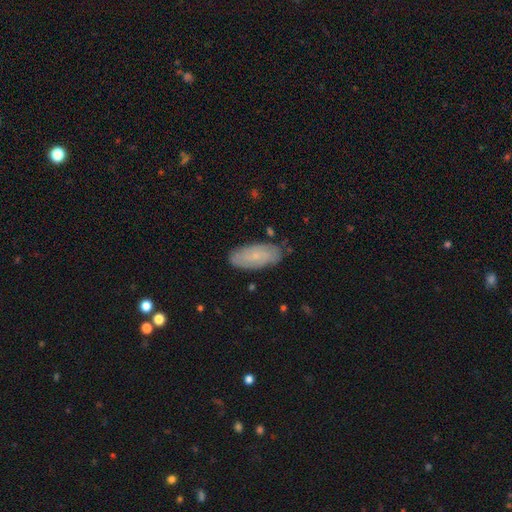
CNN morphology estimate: The model was most divided on "smooth or featured": smooth: 47%, featured or disk: 45%, star or artifact: 8%. More confident: merging — none (78%).